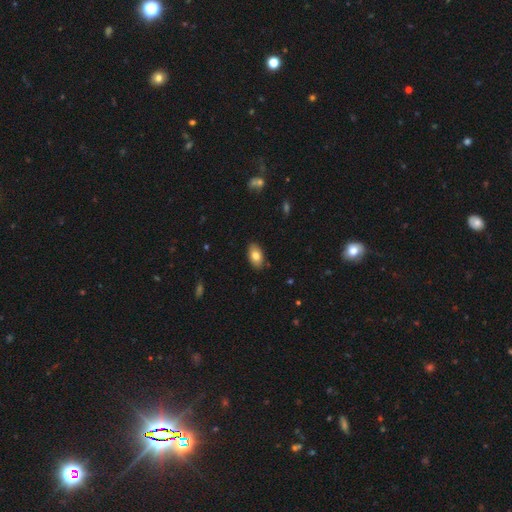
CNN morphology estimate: smooth_or_featured: smooth (p=0.79) [alt: featured or disk p=0.13]
how_rounded: in between (p=0.93) [alt: round p=0.05]
merging: none (p=0.87) [alt: minor disturbance p=0.10]